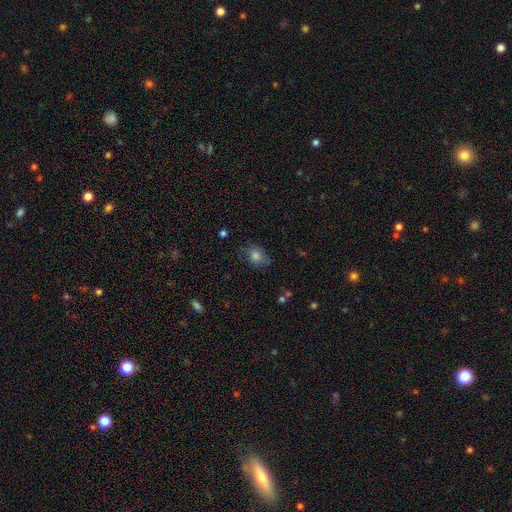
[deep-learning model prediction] smooth_or_featured: smooth (p=0.79) [alt: star or artifact p=0.11]
how_rounded: in between (p=0.63) [alt: round p=0.35]
merging: none (p=0.73) [alt: minor disturbance p=0.20]